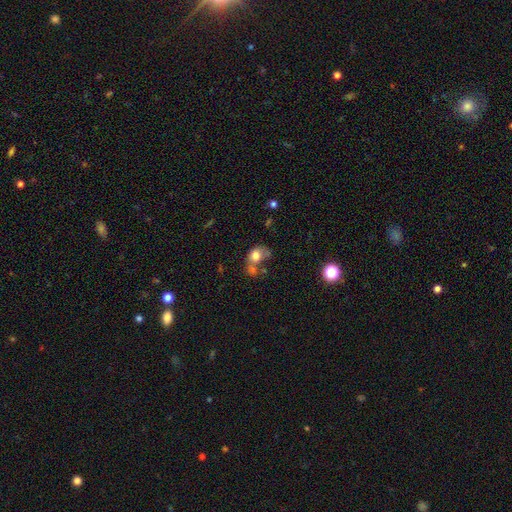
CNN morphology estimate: type=smooth (72%); roundness=in between (53%); merging=merger (43%).